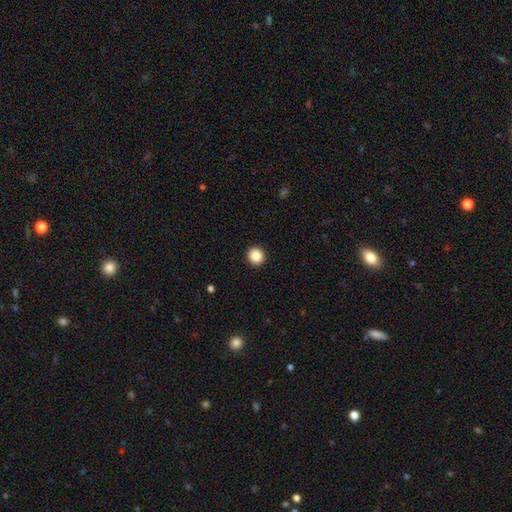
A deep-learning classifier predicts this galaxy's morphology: smooth-or-featured: smooth: 87% | star or artifact: 10% | featured or disk: 3%
  how-rounded: round: 92% | in between: 7% | cigar-shaped: 1%
  merging: none: 93% | minor disturbance: 4% | major disturbance: 1% | merger: 1%